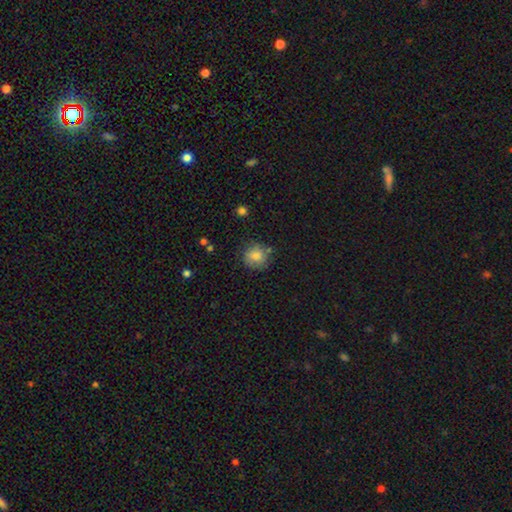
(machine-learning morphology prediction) smooth-or-featured: smooth: 78% | featured or disk: 13% | star or artifact: 10%
  how-rounded: round: 88% | in between: 11% | cigar-shaped: 1%
  merging: none: 75% | minor disturbance: 17% | major disturbance: 4% | merger: 4%